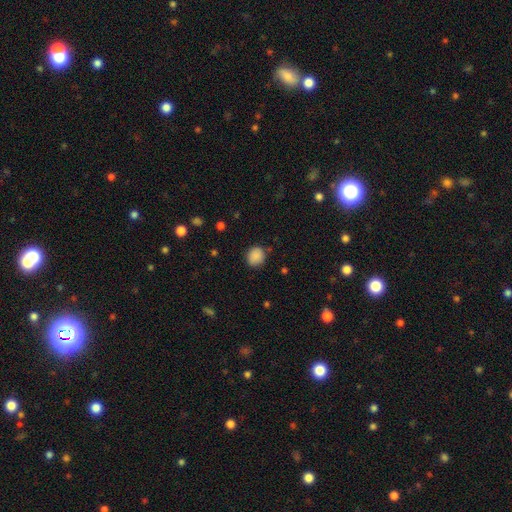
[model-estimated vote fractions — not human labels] smooth-or-featured: smooth: 87% | star or artifact: 9% | featured or disk: 4%
  how-rounded: round: 81% | in between: 18% | cigar-shaped: 1%
  merging: none: 83% | minor disturbance: 12% | major disturbance: 3% | merger: 1%